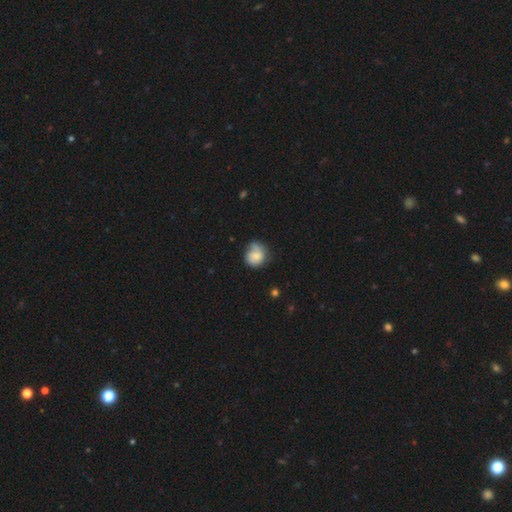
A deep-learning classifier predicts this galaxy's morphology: Smooth or featured? smooth (64%)
How rounded? round (76%)
Merging? none (52%)